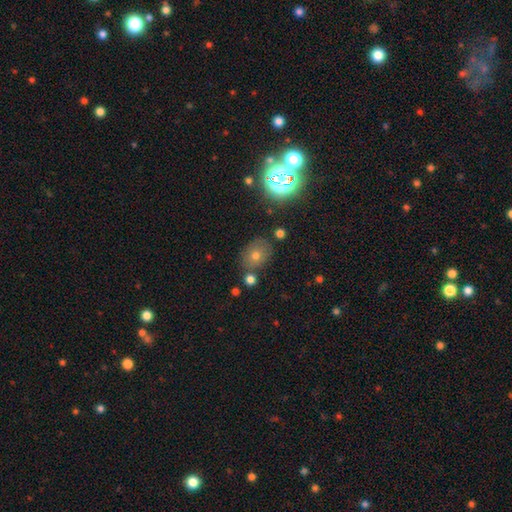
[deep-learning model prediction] Overall: smooth (63%; star or artifact 23%). How rounded: in between (52%; round 47%). Merging: none (74%).